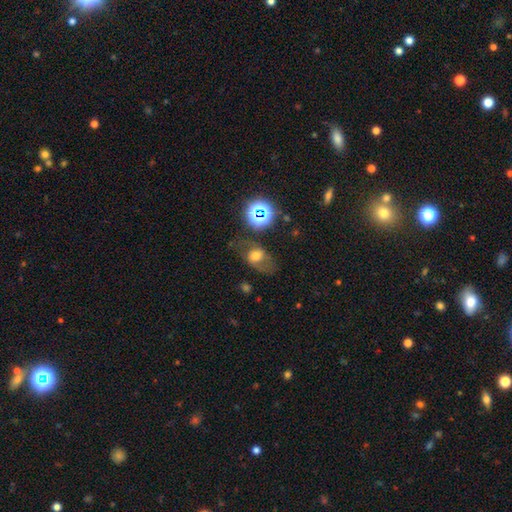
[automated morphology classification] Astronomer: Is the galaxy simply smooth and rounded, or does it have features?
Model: smooth — 48% (runner-up: featured or disk, 34%).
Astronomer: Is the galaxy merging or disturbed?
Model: none — 52%.